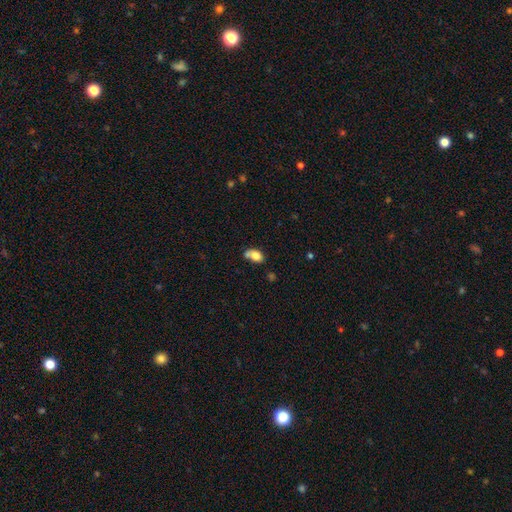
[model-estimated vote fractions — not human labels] Smooth or featured?
  - smooth: 78% *
  - featured or disk: 13%
  - star or artifact: 9%
How rounded?
  - in between: 81% *
  - round: 17%
  - cigar-shaped: 2%
Merging?
  - none: 38% *
  - merger: 29%
  - minor disturbance: 23%
  - major disturbance: 10%